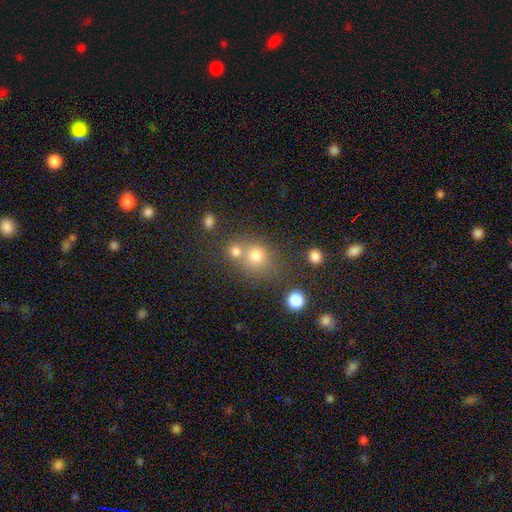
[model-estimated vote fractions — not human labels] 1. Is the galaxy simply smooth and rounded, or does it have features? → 74% smooth, 16% star or artifact, 10% featured or disk.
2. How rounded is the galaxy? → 82% round, 17% in between, 1% cigar-shaped.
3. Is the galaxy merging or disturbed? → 52% none, 35% merger, 9% minor disturbance, 4% major disturbance.